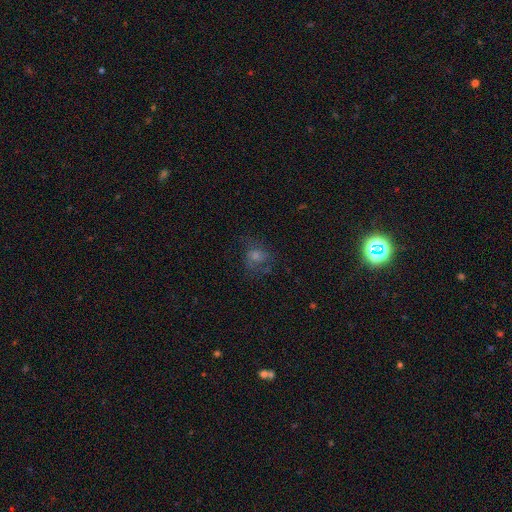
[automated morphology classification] Smooth or featured? featured or disk (38%)
Merging? none (59%)